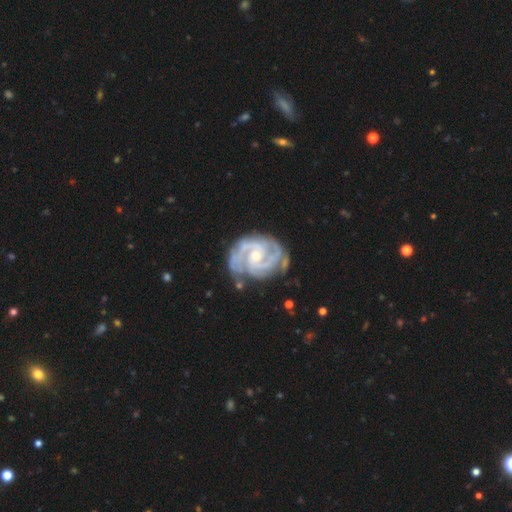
This appears to be a featured or disk galaxy (87%) with no bar (58%), 2 (88%) tight (55%) spiral arms (100%) and a small central bulge (64%). Merging: none (75%).